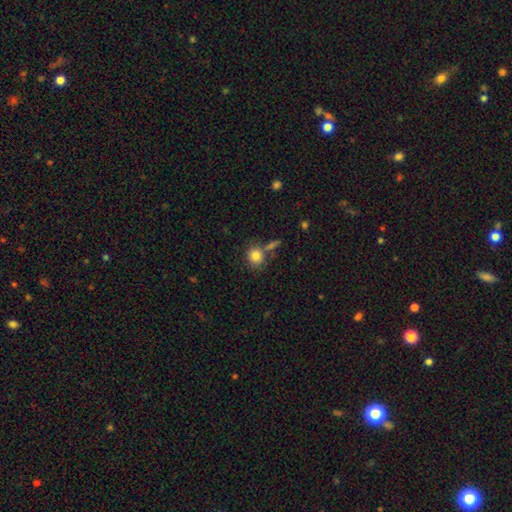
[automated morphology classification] Overall: smooth (82%). How rounded: round (81%). Merging: none (67%).